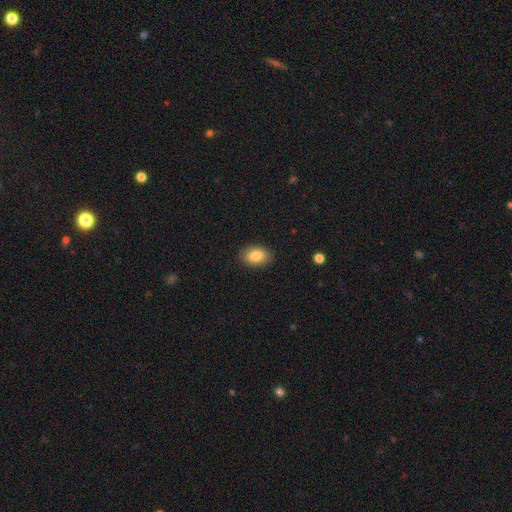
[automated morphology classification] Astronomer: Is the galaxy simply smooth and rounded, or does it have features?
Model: smooth — 85%.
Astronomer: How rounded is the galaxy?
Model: in between — 87%.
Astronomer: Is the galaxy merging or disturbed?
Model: none — 87%.